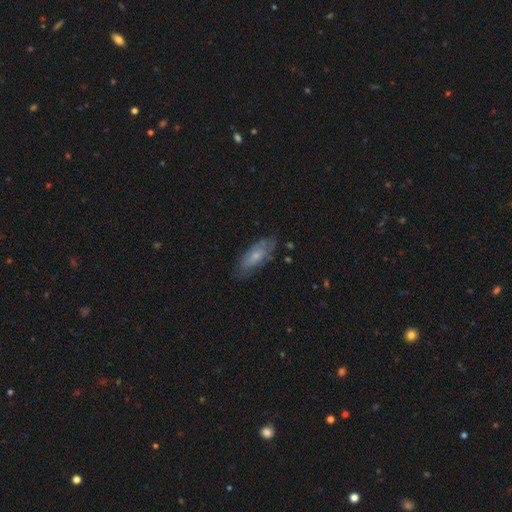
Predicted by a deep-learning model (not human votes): Smooth or featured?
  - smooth: 56% *
  - featured or disk: 37%
  - star or artifact: 7%
How rounded?
  - in between: 72% *
  - cigar-shaped: 26%
  - round: 2%
Merging?
  - none: 68% *
  - minor disturbance: 23%
  - major disturbance: 7%
  - merger: 2%